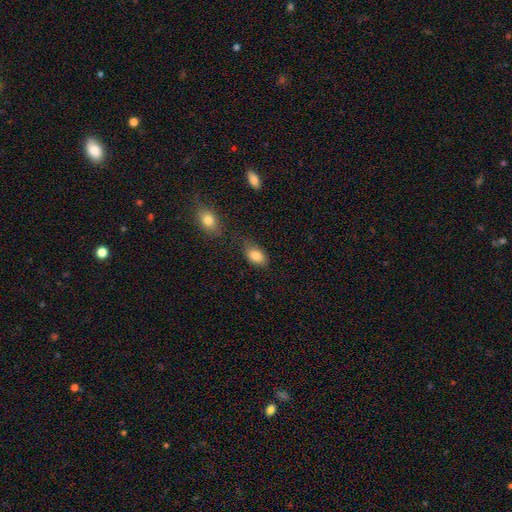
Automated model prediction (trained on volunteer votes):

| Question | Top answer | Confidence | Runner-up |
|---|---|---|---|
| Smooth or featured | smooth | 85% | star or artifact (8%) |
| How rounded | in between | 87% | round (11%) |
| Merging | none | 66% | minor disturbance (22%) |